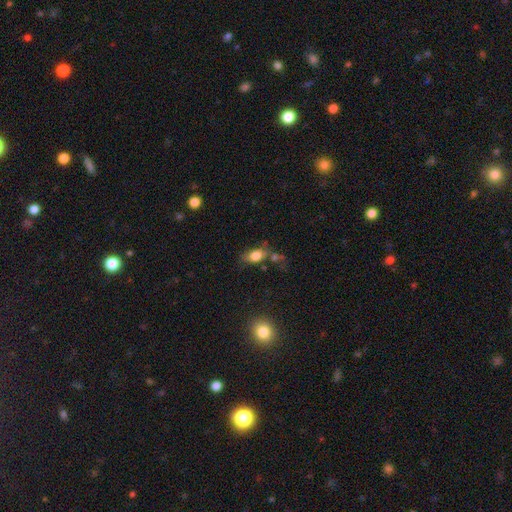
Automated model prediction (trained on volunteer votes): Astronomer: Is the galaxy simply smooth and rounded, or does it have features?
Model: smooth — 78%.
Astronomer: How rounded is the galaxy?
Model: in between — 83%.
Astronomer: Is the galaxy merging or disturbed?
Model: none — 53%.